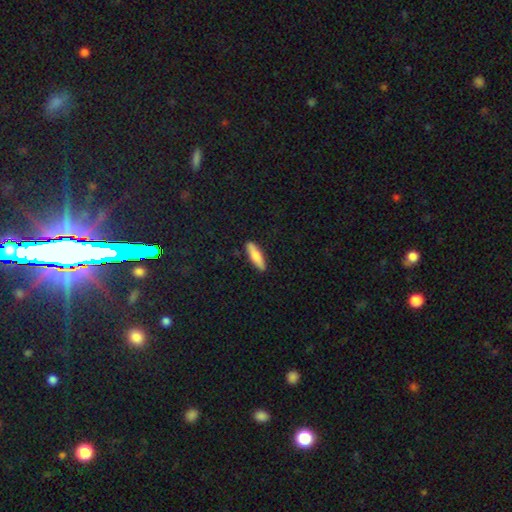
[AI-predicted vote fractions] The model was most divided on "how rounded": cigar-shaped: 67%, in between: 31%, round: 2%. More confident: merging — none (90%); smooth or featured — smooth (76%).